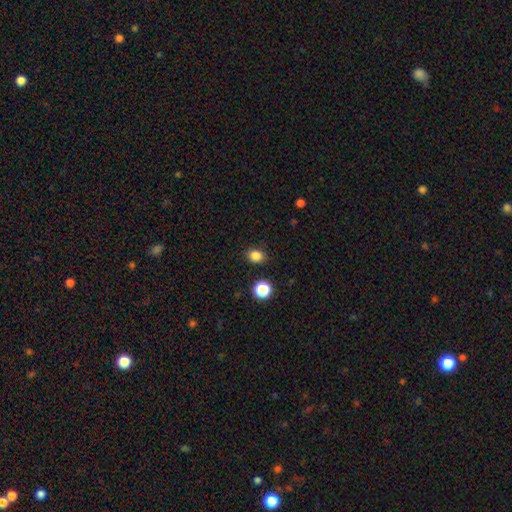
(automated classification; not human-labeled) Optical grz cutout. It shows a smooth galaxy with no disk features (83%) that is round (52%). Merging: none (87%).